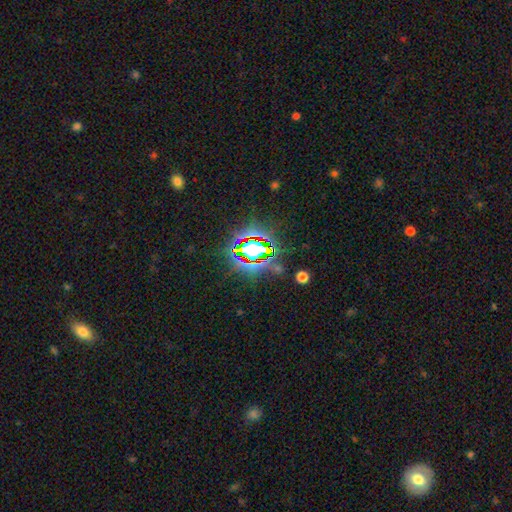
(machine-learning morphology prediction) Q: Smooth or featured?
A: star or artifact (75%); runner-up: smooth (15%)